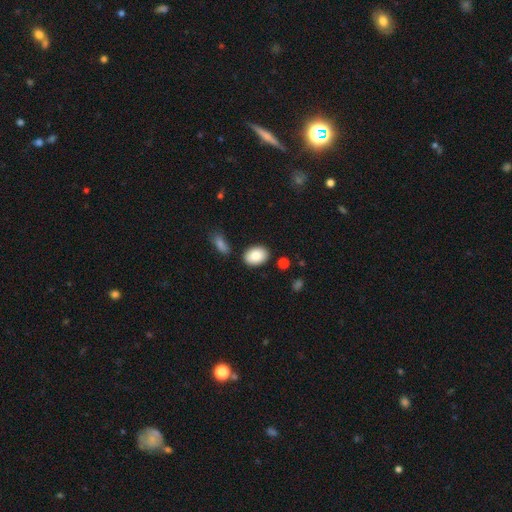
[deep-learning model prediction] A smooth galaxy with no disk features (84%) that is in between round and cigar-shaped (84%).

Vote fractions:
- Smooth or featured? smooth: 84% / featured or disk: 9% / star or artifact: 7%
- How rounded? in between: 84% / round: 15% / cigar-shaped: 1%
- Merging? none: 84% / minor disturbance: 10% / merger: 4% / major disturbance: 2%